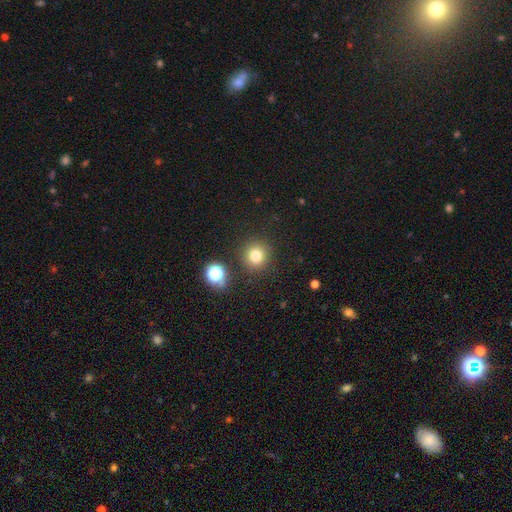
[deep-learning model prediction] This is likely a smooth galaxy (78%). How rounded: clearly round (93%). Merging: clearly none (88%).